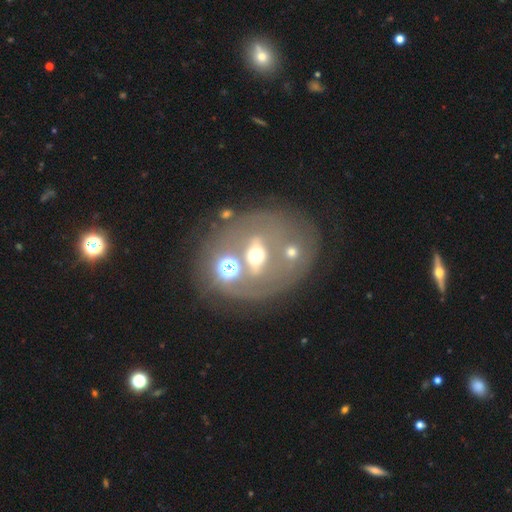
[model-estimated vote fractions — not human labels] smooth-or-featured: featured or disk: 51% | smooth: 30% | star or artifact: 19%
  disk-edge-on: no: 89% | yes: 11%
  merging: none: 50% | merger: 24% | minor disturbance: 14% | major disturbance: 11%